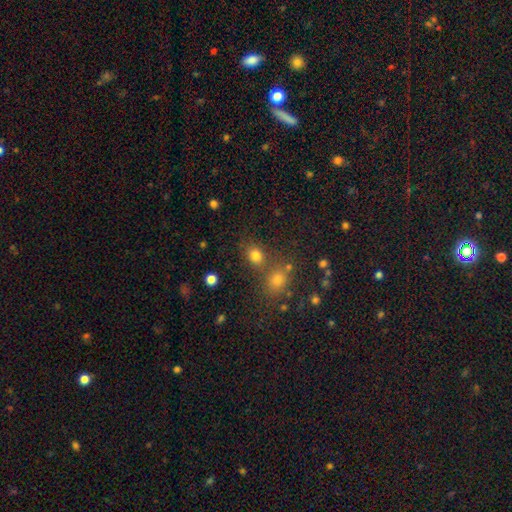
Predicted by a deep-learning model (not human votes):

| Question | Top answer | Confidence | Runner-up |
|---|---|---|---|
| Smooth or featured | smooth | 78% | star or artifact (15%) |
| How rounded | round | 62% | in between (37%) |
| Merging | none | 63% | merger (21%) |